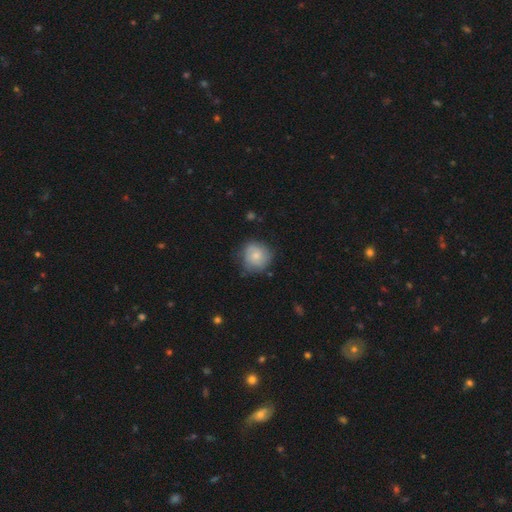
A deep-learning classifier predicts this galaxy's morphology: Overall: smooth (55%; featured or disk 38%). How rounded: round (86%). Merging: none (69%).